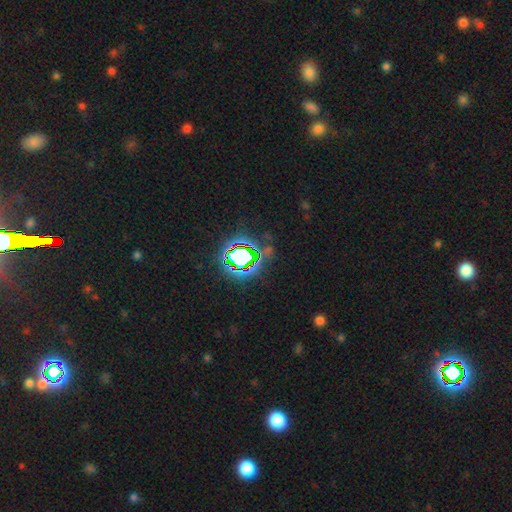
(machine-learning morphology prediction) This appears to be a star or artifact, not a galaxy (77%).